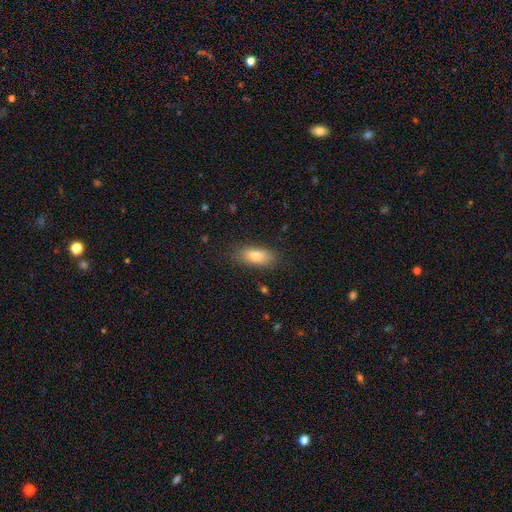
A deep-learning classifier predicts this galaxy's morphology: smooth 78%, featured or disk 14%, star or artifact 8%. Down the decision tree: how rounded — in between (81%); merging — none (80%).